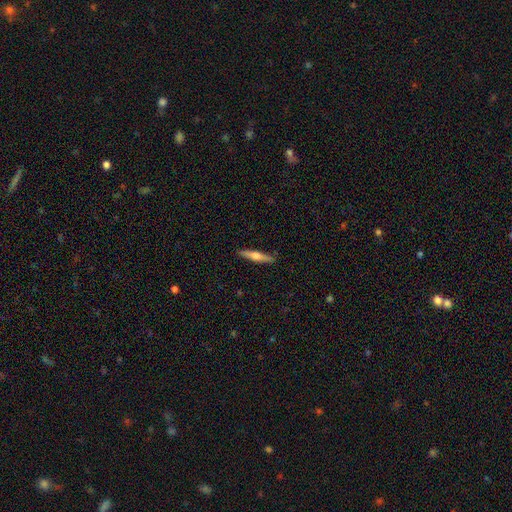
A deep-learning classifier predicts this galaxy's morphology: Overall: smooth (49%; featured or disk 45%). Merging: none (90%).